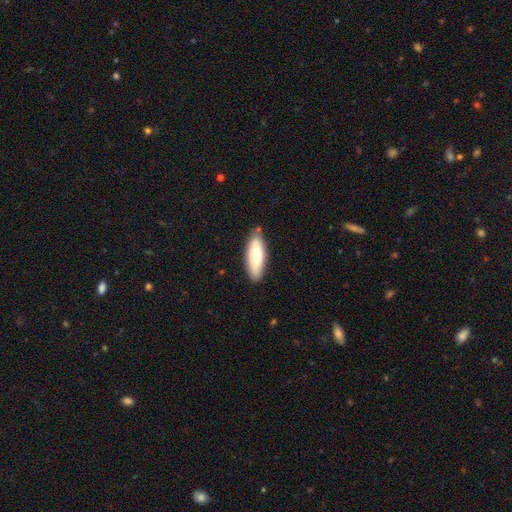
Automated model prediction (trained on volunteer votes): Smooth or featured? smooth (70%)
How rounded? in between (60%)
Merging? none (82%)